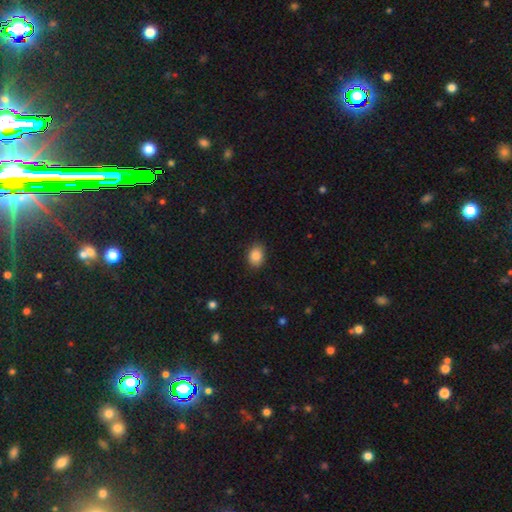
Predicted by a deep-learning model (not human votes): Smooth or featured? Predicted: smooth (p=0.86). How rounded? Predicted: in between (p=0.66). Merging? Predicted: none (p=0.87).